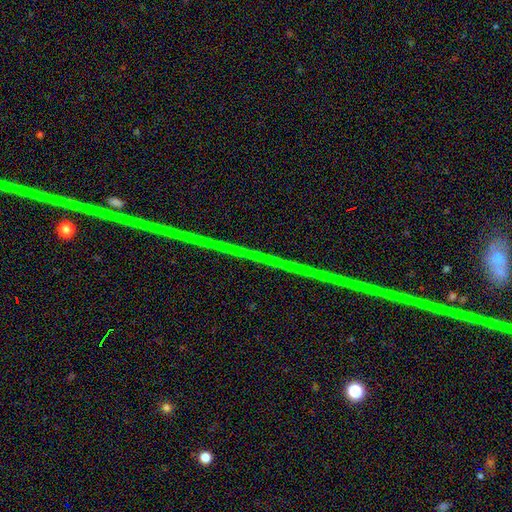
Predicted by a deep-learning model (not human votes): smooth-or-featured: star or artifact: 81% | featured or disk: 13% | smooth: 6%